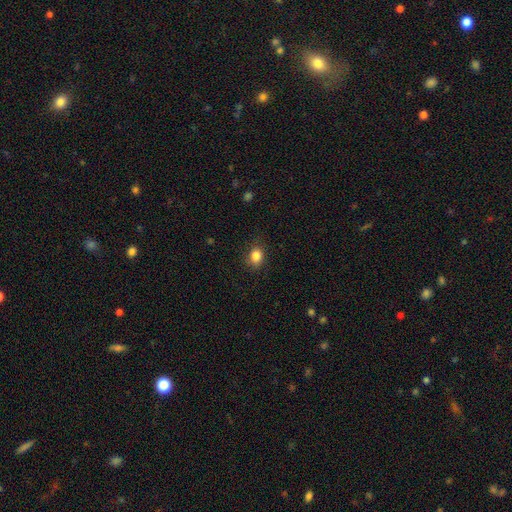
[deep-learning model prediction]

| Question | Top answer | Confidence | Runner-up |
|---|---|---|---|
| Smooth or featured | smooth | 85% | star or artifact (10%) |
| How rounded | in between | 52% | round (47%) |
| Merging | none | 83% | minor disturbance (13%) |